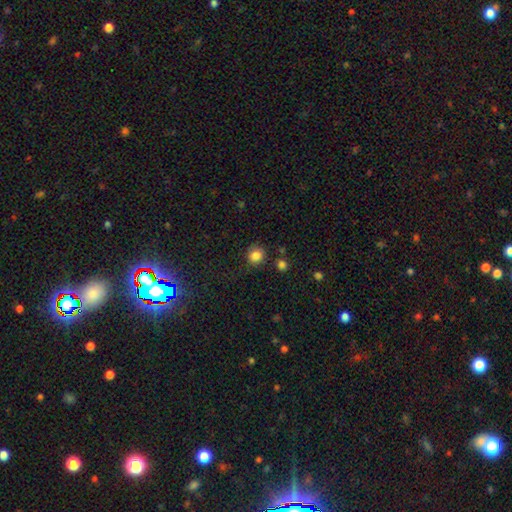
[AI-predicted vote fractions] Q: Smooth or featured?
A: smooth (84%); runner-up: star or artifact (11%)
Q: How rounded?
A: round (87%); runner-up: in between (12%)
Q: Merging?
A: none (79%); runner-up: minor disturbance (13%)